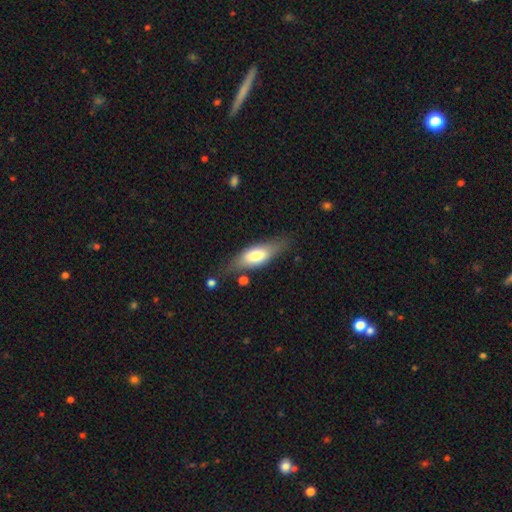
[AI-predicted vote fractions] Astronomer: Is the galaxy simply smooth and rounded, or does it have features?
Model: smooth — 64%.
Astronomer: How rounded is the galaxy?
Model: in between — 67%.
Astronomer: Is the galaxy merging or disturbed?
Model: none — 68%.